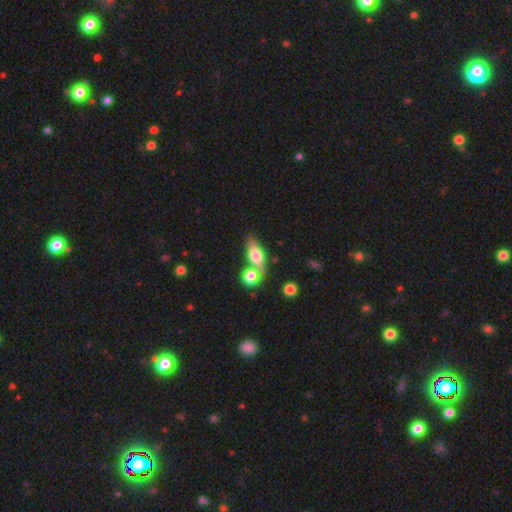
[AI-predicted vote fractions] Morphology: type=smooth (58%); roundness=in between (63%); merging=none (56%).